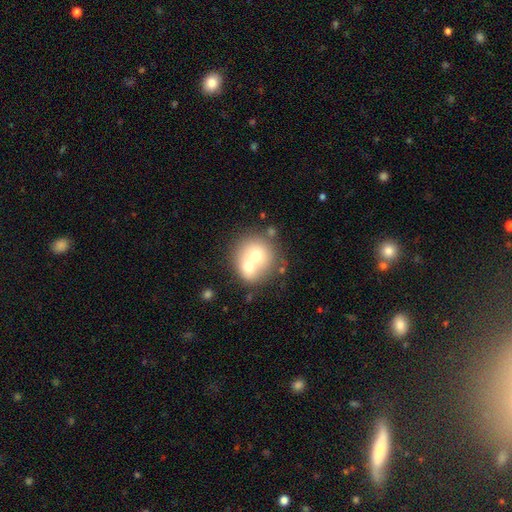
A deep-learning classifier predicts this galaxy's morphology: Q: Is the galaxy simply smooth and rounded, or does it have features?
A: smooth — 64%.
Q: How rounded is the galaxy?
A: round — 83%.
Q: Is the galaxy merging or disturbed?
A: merger — 62%.